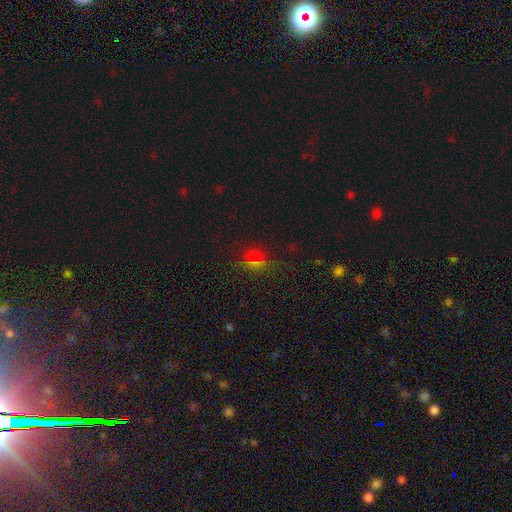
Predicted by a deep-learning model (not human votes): smooth_or_featured: star or artifact (p=0.47) [alt: smooth p=0.42]